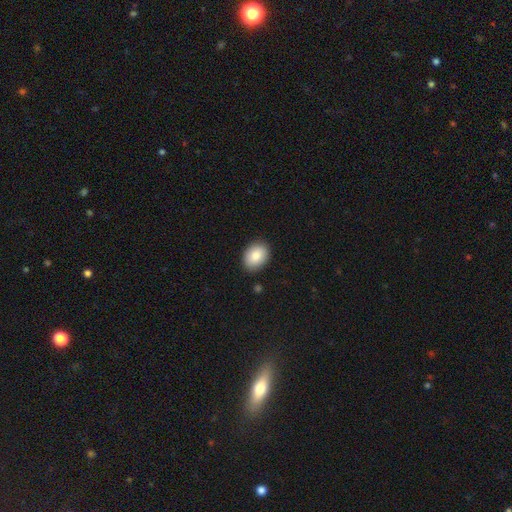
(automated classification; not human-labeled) Morphology: type=smooth (83%); roundness=in between (66%); merging=none (88%).